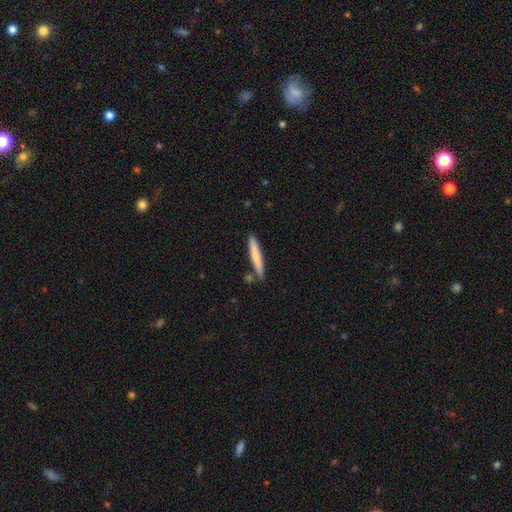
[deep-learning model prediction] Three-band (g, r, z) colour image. It shows a smooth galaxy with no disk features (72%) that is cigar-shaped (94%). Merging: none (83%).